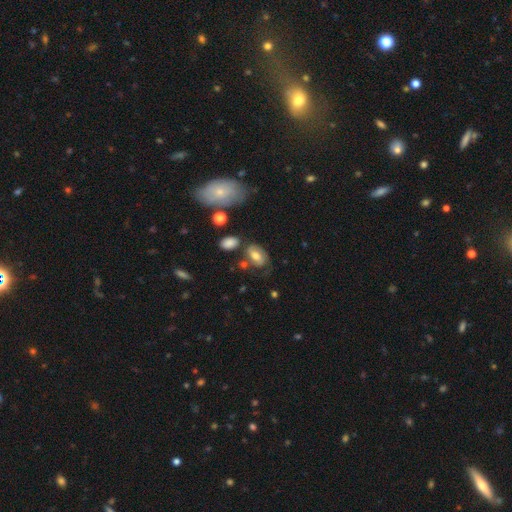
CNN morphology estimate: Smooth or featured? Predicted: smooth (p=0.62). How rounded? Predicted: in between (p=0.86). Merging? Predicted: none (p=0.58).